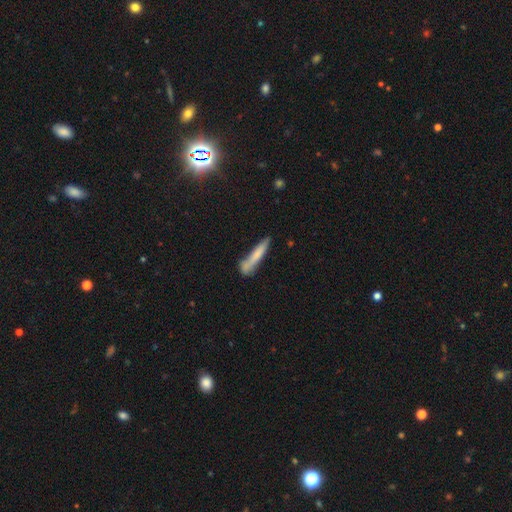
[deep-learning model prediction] The model was most divided on "merging": none: 62%, minor disturbance: 21%, merger: 10%, major disturbance: 7%. More confident: how rounded — cigar-shaped (92%); smooth or featured — smooth (69%).